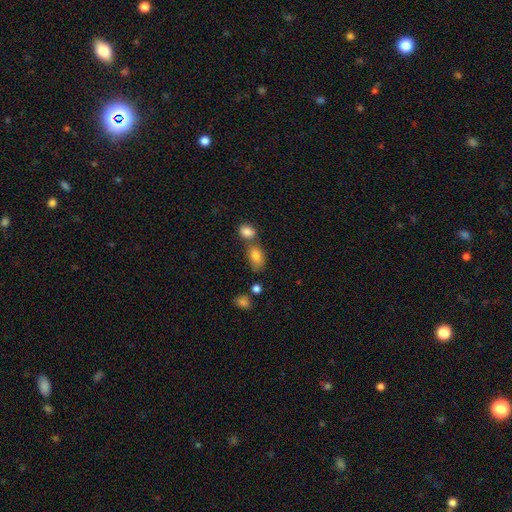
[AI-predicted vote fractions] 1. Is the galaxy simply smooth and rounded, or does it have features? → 81% smooth, 10% featured or disk, 9% star or artifact.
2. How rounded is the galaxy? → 87% in between, 11% round, 2% cigar-shaped.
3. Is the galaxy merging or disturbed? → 47% none, 35% merger, 14% minor disturbance, 4% major disturbance.